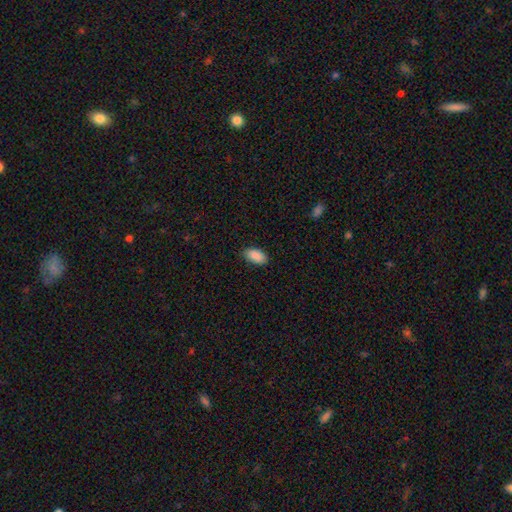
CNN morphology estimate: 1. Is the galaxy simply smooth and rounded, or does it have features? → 90% smooth, 7% star or artifact, 3% featured or disk.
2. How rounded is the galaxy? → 94% in between, 3% round, 3% cigar-shaped.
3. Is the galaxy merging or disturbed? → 85% none, 12% minor disturbance, 2% major disturbance, 1% merger.